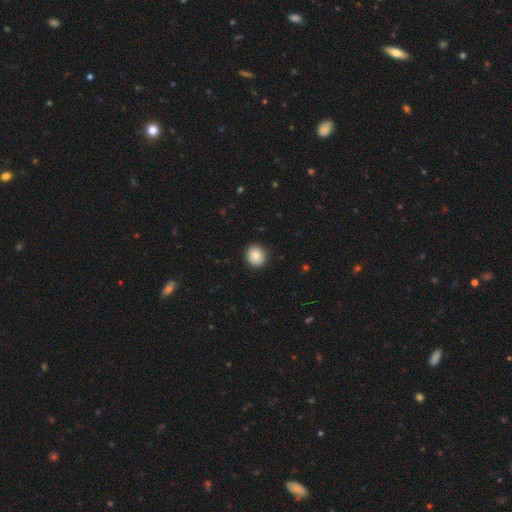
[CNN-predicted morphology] This is clearly a smooth galaxy (83%). How rounded: clearly round (86%). Merging: clearly none (90%).